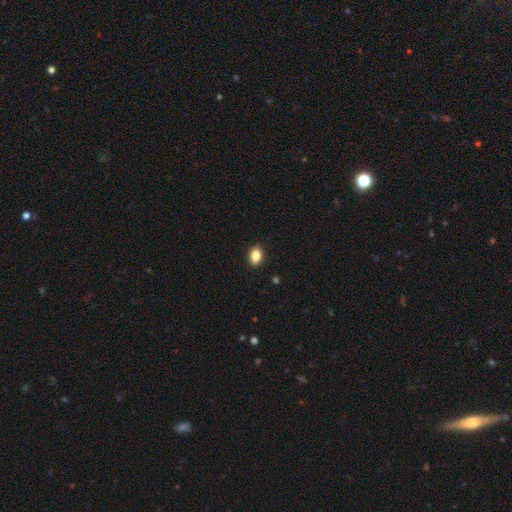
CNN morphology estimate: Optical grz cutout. It shows a smooth galaxy with no disk features (86%) that is in between round and cigar-shaped (81%). Merging: none (91%).